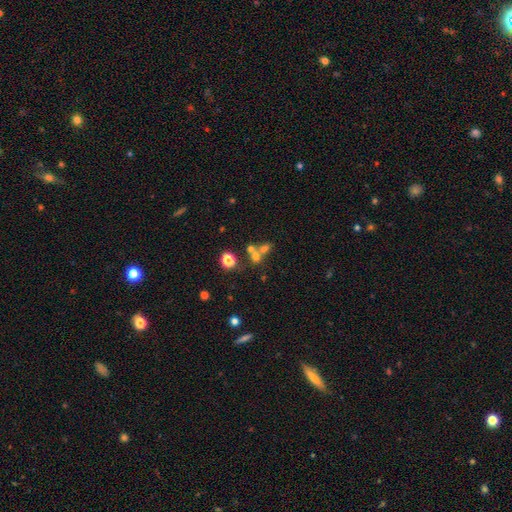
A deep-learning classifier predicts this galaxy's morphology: This is possibly a smooth galaxy (58%). How rounded: likely round (72%). Merging: possibly merger (51%).